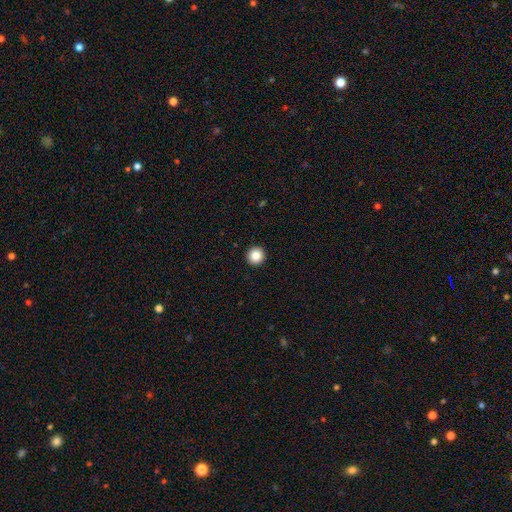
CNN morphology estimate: A smooth galaxy with no disk features (86%) that is round (97%). Merging: none (94%).